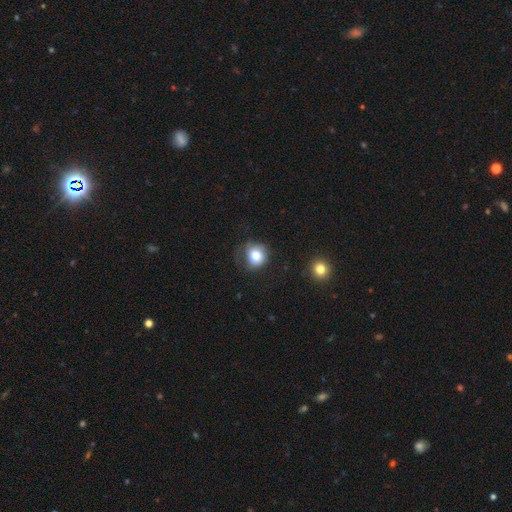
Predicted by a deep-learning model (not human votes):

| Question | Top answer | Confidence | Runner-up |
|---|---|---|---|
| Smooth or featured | smooth | 79% | featured or disk (11%) |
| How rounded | round | 81% | in between (18%) |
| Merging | none | 61% | minor disturbance (25%) |